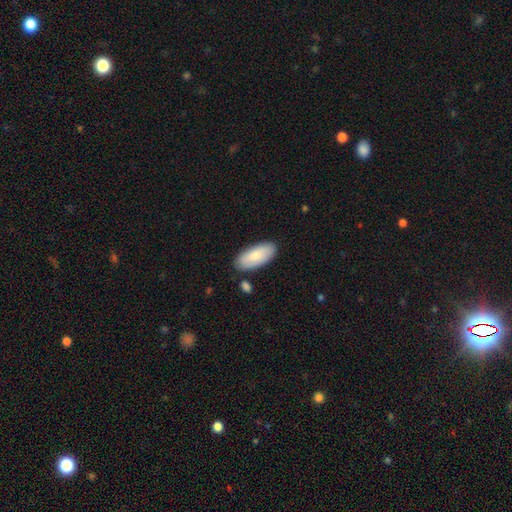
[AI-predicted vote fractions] smooth-or-featured: smooth: 80% | featured or disk: 15% | star or artifact: 5%
  how-rounded: in between: 89% | cigar-shaped: 9% | round: 2%
  merging: none: 82% | minor disturbance: 12% | merger: 4% | major disturbance: 2%